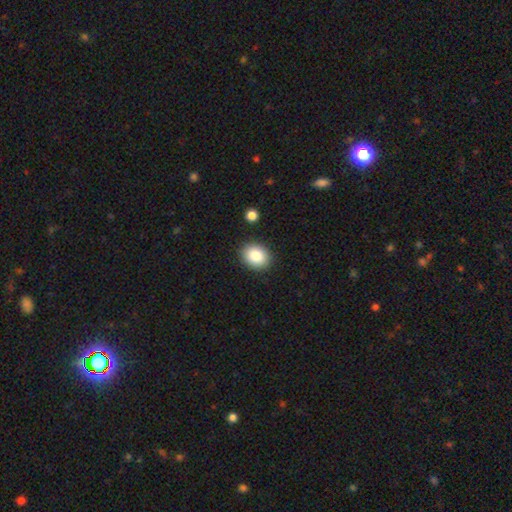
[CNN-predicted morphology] This is clearly a smooth galaxy (86%). How rounded: possibly in between (52%). Merging: clearly none (88%).